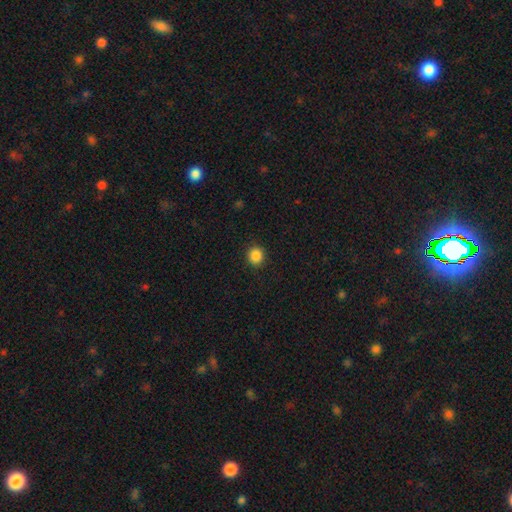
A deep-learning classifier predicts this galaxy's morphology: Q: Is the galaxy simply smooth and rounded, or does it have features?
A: smooth — 87%.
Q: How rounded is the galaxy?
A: round — 87%.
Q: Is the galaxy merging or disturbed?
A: none — 91%.